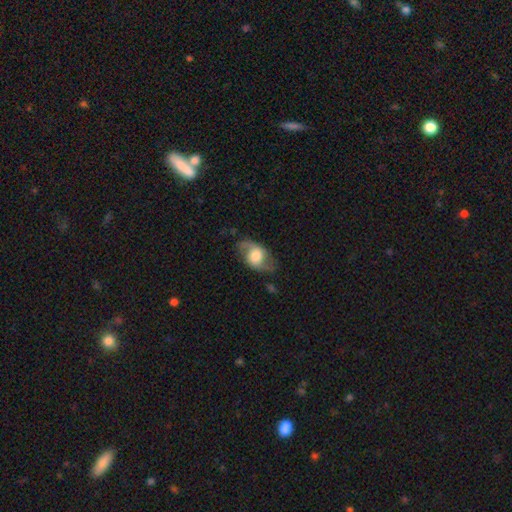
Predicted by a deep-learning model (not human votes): smooth_or_featured: featured or disk (p=0.61) [alt: smooth p=0.33]
disk_edge_on: no (p=0.91) [alt: yes p=0.09]
bar: no (p=0.61) [alt: weak p=0.30]
has_spiral_arms: yes (p=0.80) [alt: no p=0.20]
bulge_size: moderate (p=0.46) [alt: large p=0.37]
merging: none (p=0.73) [alt: minor disturbance p=0.17]